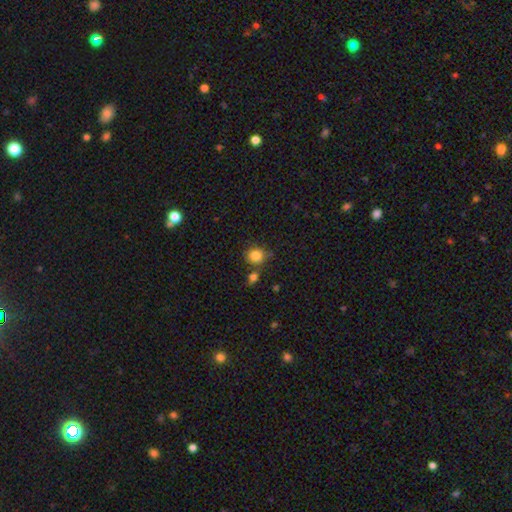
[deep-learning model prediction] Q: Smooth or featured?
A: smooth (84%); runner-up: star or artifact (10%)
Q: How rounded?
A: round (84%); runner-up: in between (15%)
Q: Merging?
A: none (70%); runner-up: merger (14%)